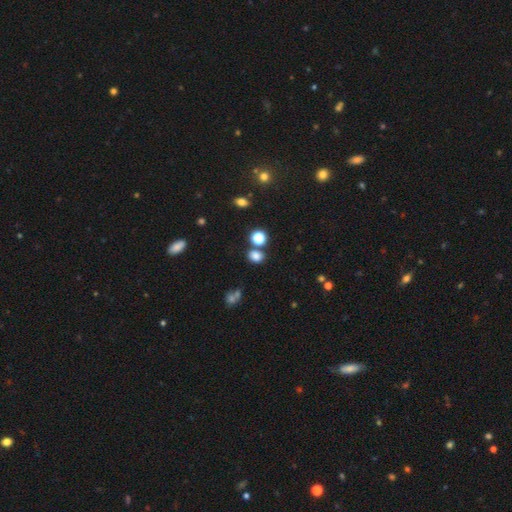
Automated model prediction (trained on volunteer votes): smooth-or-featured: smooth: 76% | star or artifact: 18% | featured or disk: 5%
  how-rounded: round: 57% | in between: 42% | cigar-shaped: 1%
  merging: none: 72% | merger: 13% | minor disturbance: 10% | major disturbance: 4%